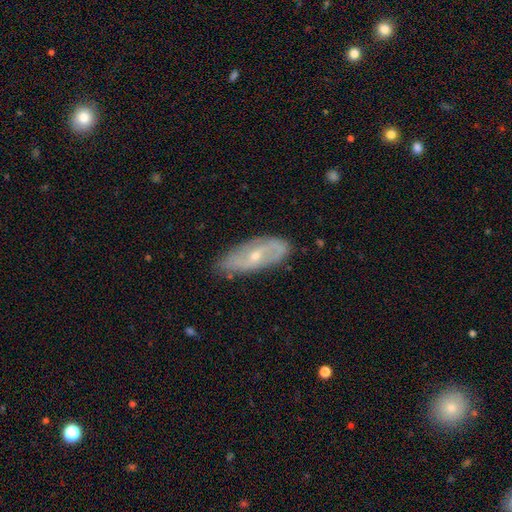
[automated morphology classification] Smooth or featured: featured or disk — 66% (smooth — 27%)
Edge-on disk: no — 82% (yes — 18%)
Bar: no — 44% (weak — 39%)
Spiral arms: yes — 72% (no — 28%)
Bulge size: small — 60% (moderate — 38%)
Merging: none — 74% (minor disturbance — 20%)